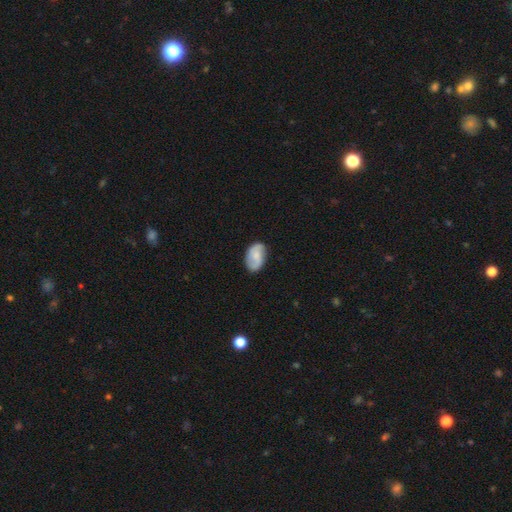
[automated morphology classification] This appears to be a smooth galaxy with no disk features (50%) that is in between round and cigar-shaped (89%). Merging: none (77%).